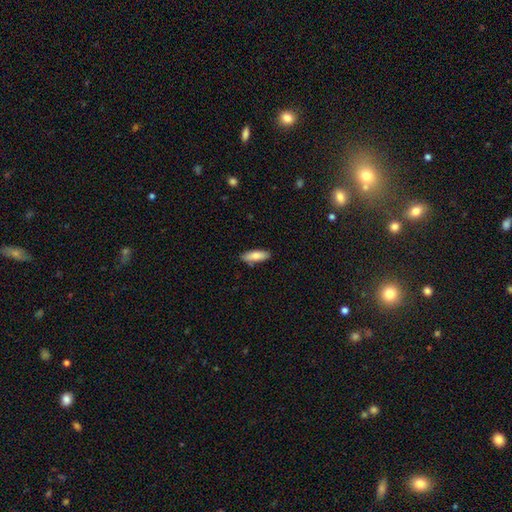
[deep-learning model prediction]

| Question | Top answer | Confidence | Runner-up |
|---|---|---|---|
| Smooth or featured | smooth | 81% | featured or disk (13%) |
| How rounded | in between | 67% | cigar-shaped (31%) |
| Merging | none | 84% | minor disturbance (12%) |